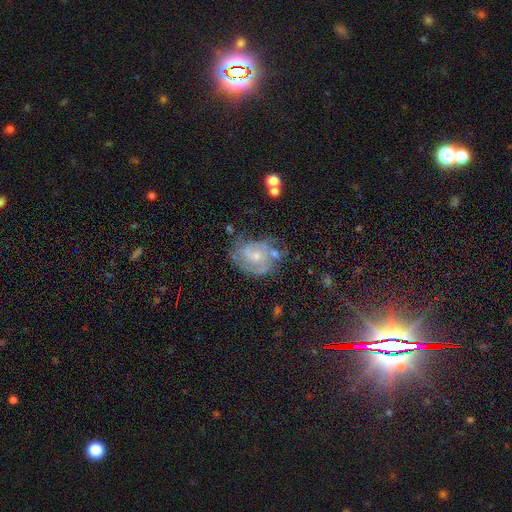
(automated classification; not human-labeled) smooth-or-featured: featured or disk: 73% | smooth: 18% | star or artifact: 9%
  disk-edge-on: no: 97% | yes: 3%
    bar: no: 67% | weak: 28% | strong: 5%
    has-spiral-arms: yes: 86% | no: 14%
      spiral-winding: tight: 48% | medium: 39% | loose: 13%
      spiral-arm-count: 2: 44% | can't tell: 30% | 3: 12% | 1: 7% | 4: 3% | more than 4: 3%
    bulge-size: small: 65% | moderate: 27% | none: 5% | large: 2% | dominant: 1%
  merging: none: 52% | minor disturbance: 25% | major disturbance: 15% | merger: 8%